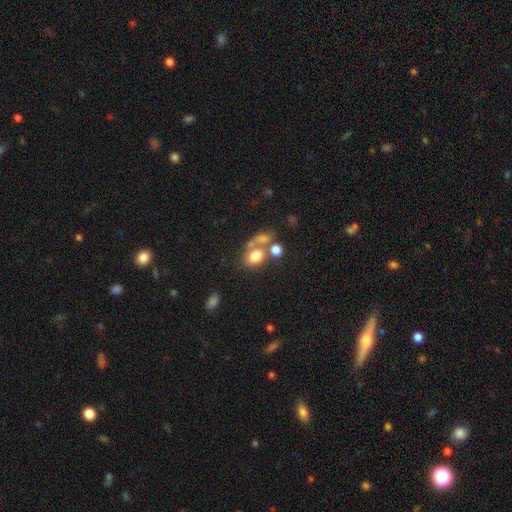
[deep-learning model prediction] smooth_or_featured: smooth (p=0.72) [alt: featured or disk p=0.16]
how_rounded: in between (p=0.60) [alt: round p=0.38]
merging: merger (p=0.43) [alt: none p=0.35]